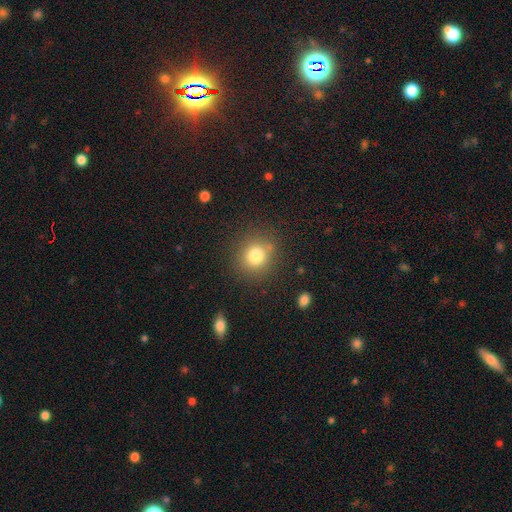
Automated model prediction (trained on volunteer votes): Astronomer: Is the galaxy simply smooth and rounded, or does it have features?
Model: smooth — 80%.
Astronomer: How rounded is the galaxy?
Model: round — 82%.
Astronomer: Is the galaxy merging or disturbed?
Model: none — 83%.